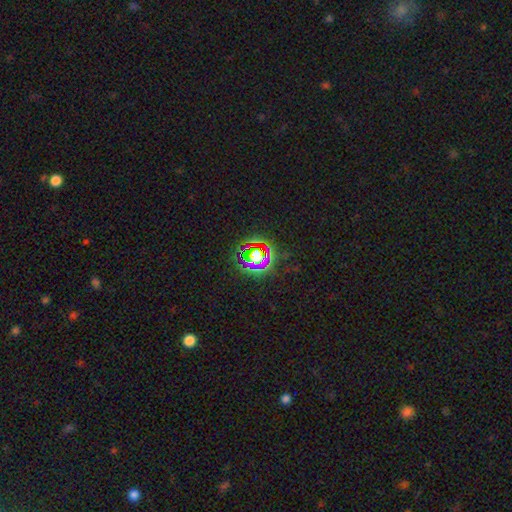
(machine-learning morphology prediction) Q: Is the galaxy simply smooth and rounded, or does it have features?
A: star or artifact — 65%.